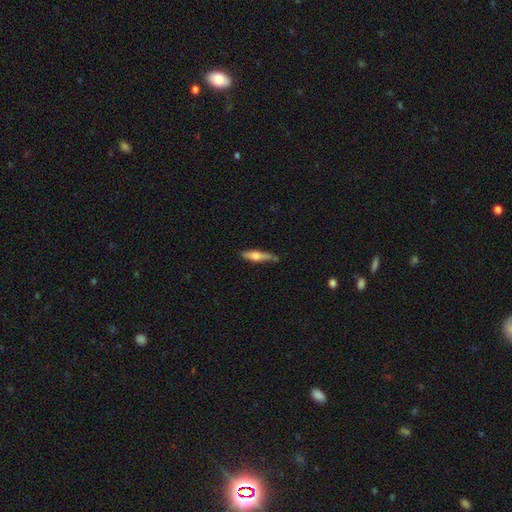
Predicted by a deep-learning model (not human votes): This is possibly a smooth galaxy (50%). How rounded: likely cigar-shaped (75%). Merging: likely none (66%).